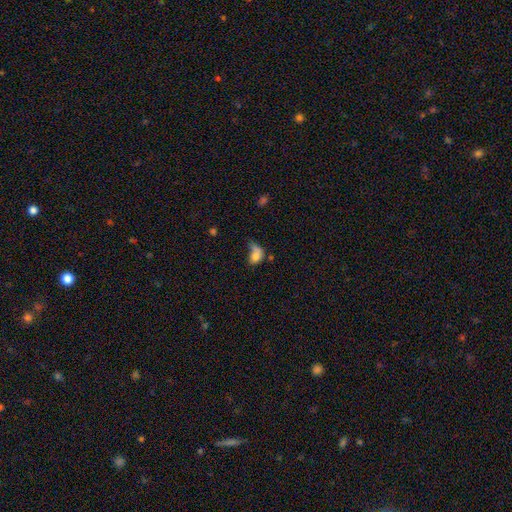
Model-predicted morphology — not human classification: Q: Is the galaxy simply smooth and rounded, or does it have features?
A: smooth — 69%.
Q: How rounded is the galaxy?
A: in between — 72%.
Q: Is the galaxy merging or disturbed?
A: major disturbance — 40%.